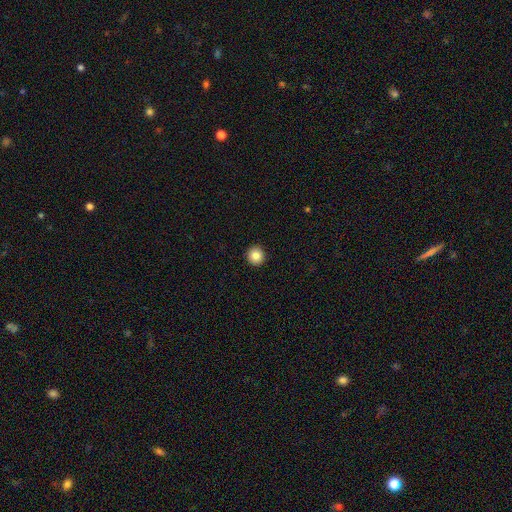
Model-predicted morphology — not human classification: A smooth galaxy with no disk features (85%) that is round (94%).

Vote fractions:
- Smooth or featured? smooth: 85% / star or artifact: 9% / featured or disk: 5%
- How rounded? round: 94% / in between: 5% / cigar-shaped: 1%
- Merging? none: 94% / minor disturbance: 4% / major disturbance: 1% / merger: 1%